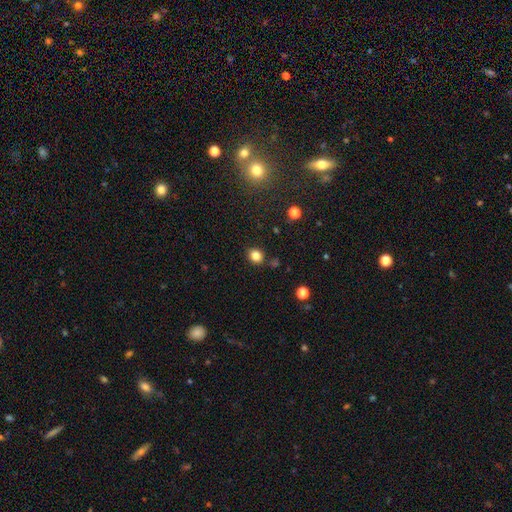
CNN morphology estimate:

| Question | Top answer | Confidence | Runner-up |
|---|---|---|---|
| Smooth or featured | smooth | 82% | star or artifact (12%) |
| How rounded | round | 69% | in between (30%) |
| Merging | none | 85% | minor disturbance (9%) |